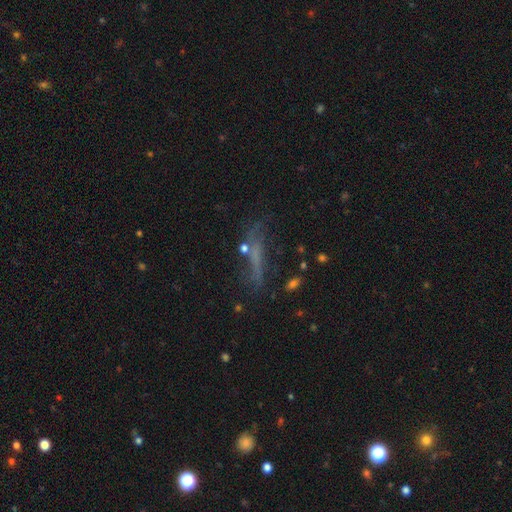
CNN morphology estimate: This is marginally a smooth galaxy (41%). Merging: likely none (61%).